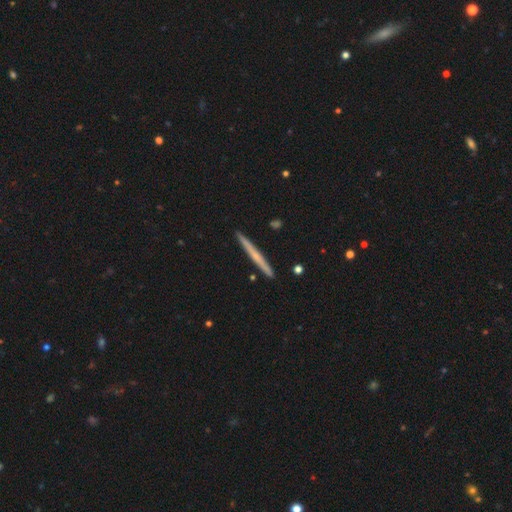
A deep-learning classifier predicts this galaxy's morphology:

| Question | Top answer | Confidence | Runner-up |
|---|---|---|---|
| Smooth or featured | featured or disk | 53% | smooth (42%) |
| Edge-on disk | yes | 97% | no (3%) |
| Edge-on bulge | none | 65% | rounded (30%) |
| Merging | none | 92% | minor disturbance (6%) |